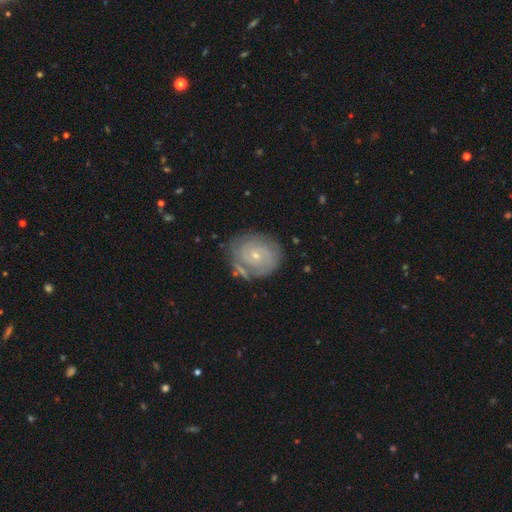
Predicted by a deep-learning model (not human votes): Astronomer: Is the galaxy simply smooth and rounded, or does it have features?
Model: featured or disk — 72%.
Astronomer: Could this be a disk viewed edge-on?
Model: no — 97%.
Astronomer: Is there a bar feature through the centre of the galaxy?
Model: no — 77%.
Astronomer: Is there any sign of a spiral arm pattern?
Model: yes — 87%.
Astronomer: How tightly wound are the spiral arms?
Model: tight — 75%.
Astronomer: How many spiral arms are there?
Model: can't tell — 40% (runner-up: 2, 32%).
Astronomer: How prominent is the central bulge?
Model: small — 75%.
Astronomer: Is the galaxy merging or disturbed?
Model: none — 72%.